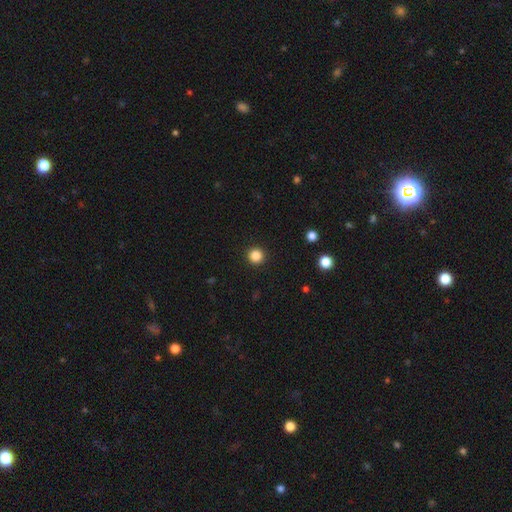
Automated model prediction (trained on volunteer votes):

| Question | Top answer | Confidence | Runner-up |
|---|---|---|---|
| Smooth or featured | smooth | 85% | star or artifact (12%) |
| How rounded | round | 96% | in between (3%) |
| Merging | none | 93% | minor disturbance (4%) |